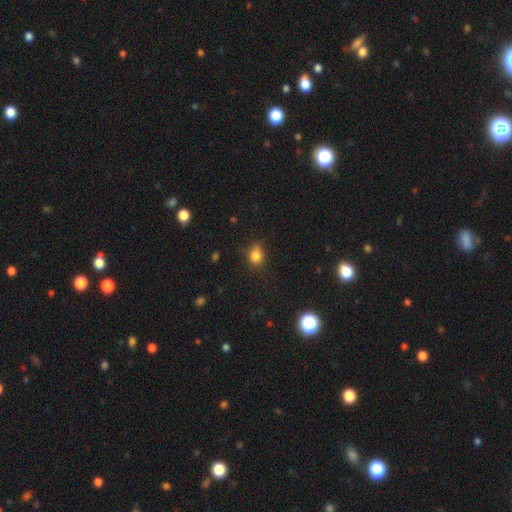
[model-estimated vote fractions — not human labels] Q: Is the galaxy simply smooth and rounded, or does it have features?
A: smooth — 81%.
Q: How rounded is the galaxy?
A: round — 61%.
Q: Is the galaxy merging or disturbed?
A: none — 69%.